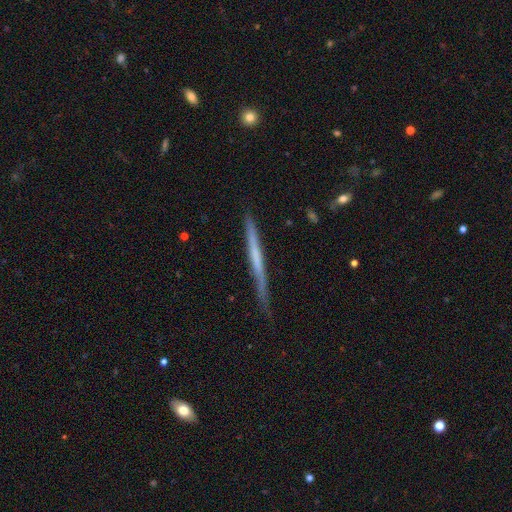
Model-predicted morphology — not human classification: Smooth or featured?
  - featured or disk: 55% *
  - smooth: 39%
  - star or artifact: 6%
Edge-on disk?
  - yes: 97% *
  - no: 3%
Edge-on bulge?
  - none: 85% *
  - rounded: 9%
  - boxy: 6%
Merging?
  - none: 79% *
  - minor disturbance: 17%
  - major disturbance: 3%
  - merger: 2%